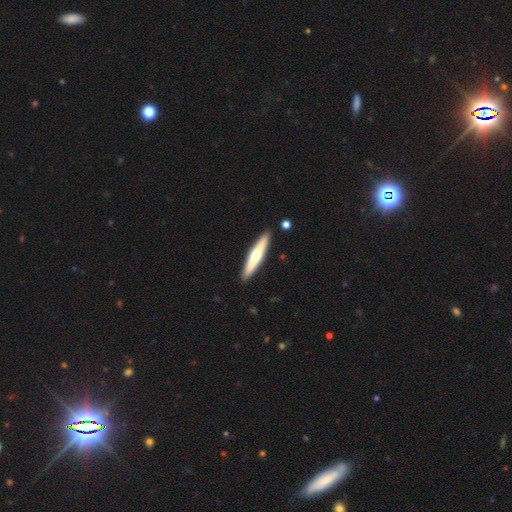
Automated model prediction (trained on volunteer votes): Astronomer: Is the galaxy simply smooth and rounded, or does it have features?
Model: smooth — 51% (runner-up: featured or disk, 44%).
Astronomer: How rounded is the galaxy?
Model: cigar-shaped — 91%.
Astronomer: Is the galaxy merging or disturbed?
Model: none — 90%.